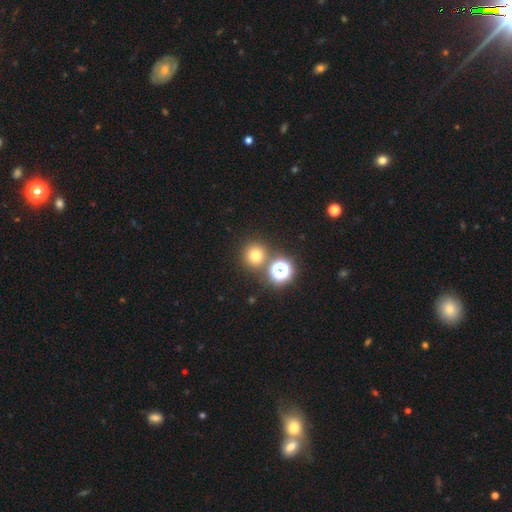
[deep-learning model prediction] smooth 71%, star or artifact 21%, featured or disk 8%. Down the decision tree: how rounded — round (93%); merging — none (77%).